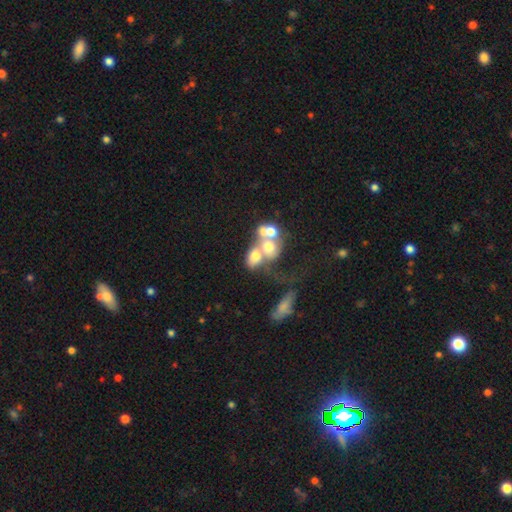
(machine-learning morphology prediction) This is possibly a smooth galaxy (54%). How rounded: possibly in between (57%). Merging: likely merger (64%).